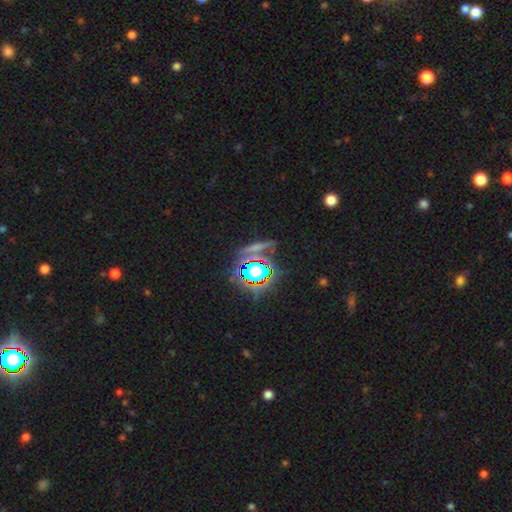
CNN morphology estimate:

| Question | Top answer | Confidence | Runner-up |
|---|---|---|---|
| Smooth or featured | star or artifact | 81% | smooth (11%) |